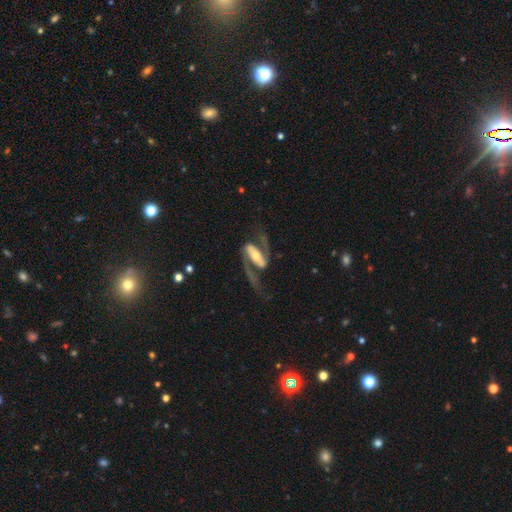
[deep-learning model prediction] This appears to be a featured or disk galaxy (88%) with a strong bar (62%), 2 (92%) loose (47%) spiral arms (95%) and a moderate central bulge (51%). Merging: none (66%).